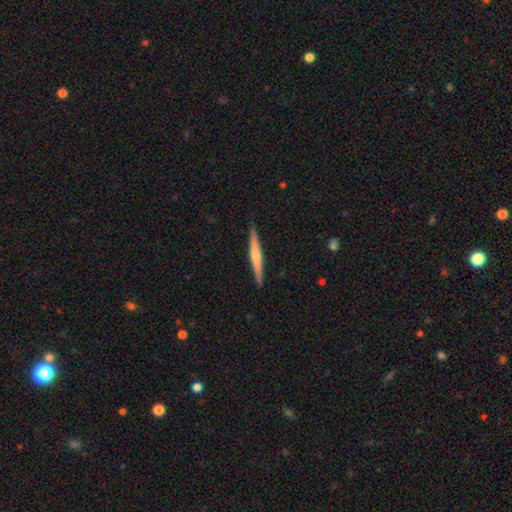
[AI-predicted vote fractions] This is possibly a featured or disk galaxy (56%). It is clearly viewed edge-on (98%). Edge-on bulge: likely rounded (61%). Merging: clearly none (91%).